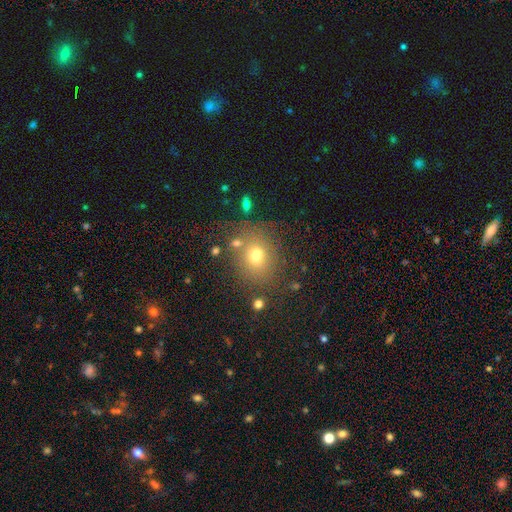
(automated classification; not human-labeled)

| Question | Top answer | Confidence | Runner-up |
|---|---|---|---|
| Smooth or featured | smooth | 70% | star or artifact (18%) |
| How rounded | round | 71% | in between (28%) |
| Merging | none | 74% | minor disturbance (12%) |